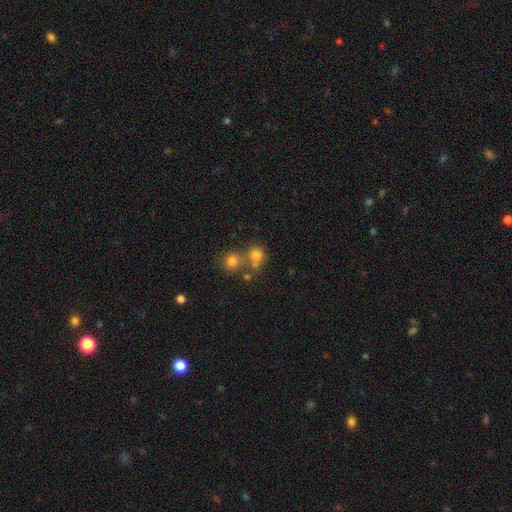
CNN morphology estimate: A smooth galaxy with no disk features (75%) that is round (79%). Merging: none (45%).